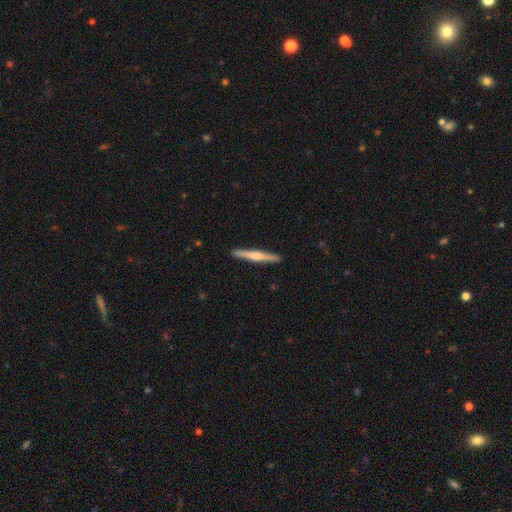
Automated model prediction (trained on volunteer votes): This is possibly a featured or disk galaxy (56%). It is clearly viewed edge-on (98%). Edge-on bulge: likely rounded (75%). Merging: clearly none (92%).